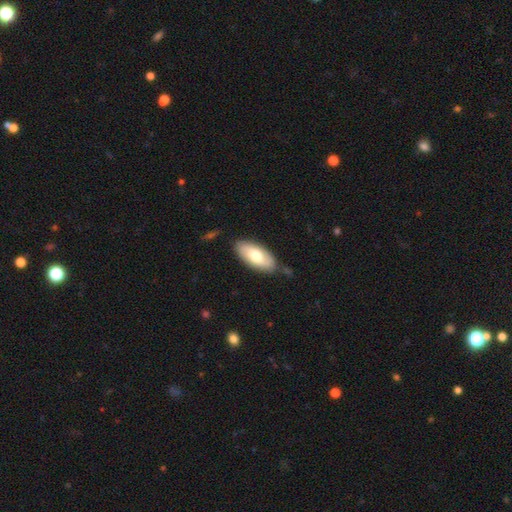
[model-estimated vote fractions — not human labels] This appears to be a smooth galaxy with no disk features (69%) that is in between round and cigar-shaped (90%). Merging: none (79%).